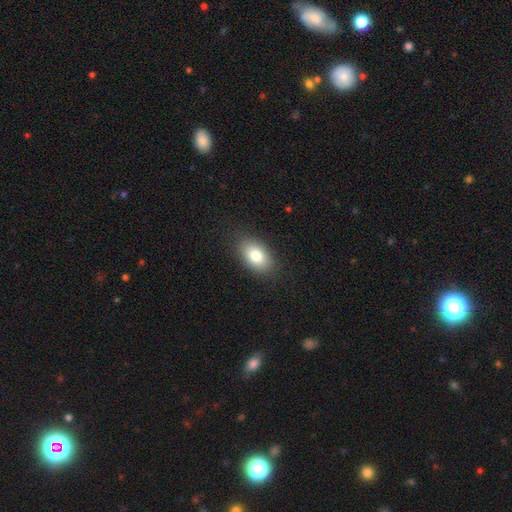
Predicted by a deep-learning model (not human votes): smooth-or-featured: smooth: 80% | featured or disk: 11% | star or artifact: 8%
  how-rounded: in between: 89% | round: 10% | cigar-shaped: 1%
  merging: none: 87% | minor disturbance: 9% | major disturbance: 3% | merger: 1%